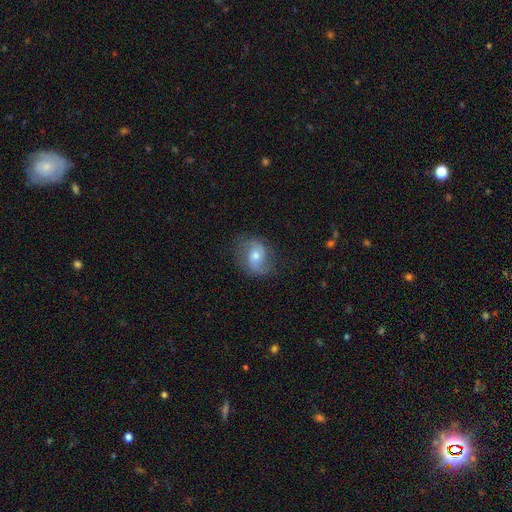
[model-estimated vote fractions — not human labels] The model was most divided on "spiral winding": medium: 42%, loose: 39%, tight: 19%. More confident: edge-on disk — no (97%); spiral arms — yes (89%); spiral arm count — 2 (85%); merging — none (74%); smooth or featured — featured or disk (64%); bulge size — moderate (61%); bar — no (55%).